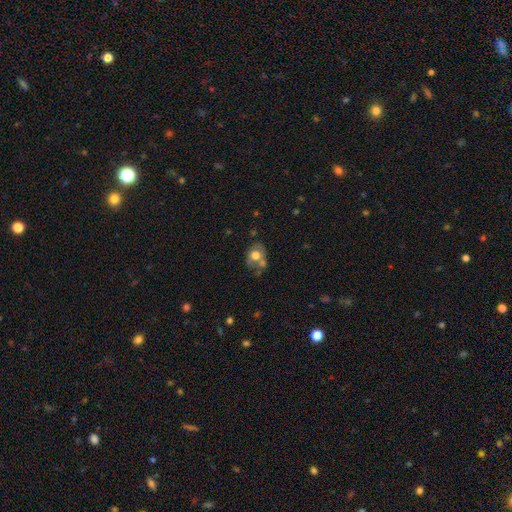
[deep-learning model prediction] Overall: smooth (63%; featured or disk 28%). How rounded: in between (51%; round 48%). Merging: none (42%; merger 30%).